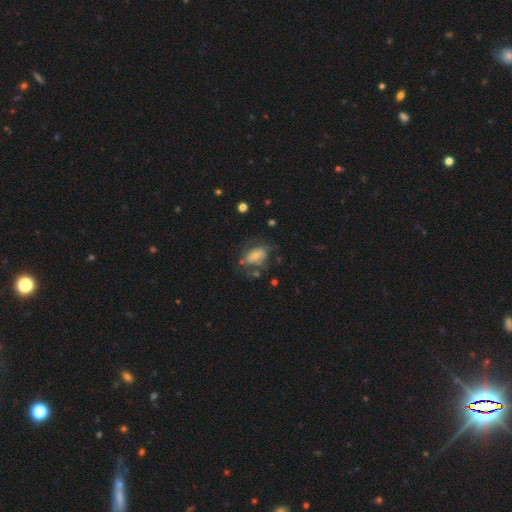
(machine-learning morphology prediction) type=smooth (51%); roundness=in between (82%); merging=none (43%).